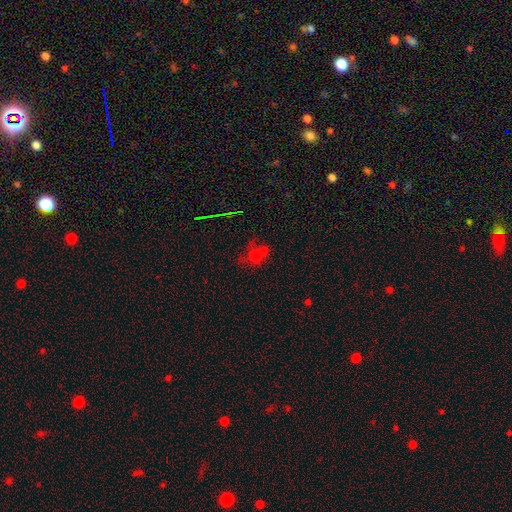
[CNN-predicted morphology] Smooth or featured? smooth (57%)
How rounded? round (74%)
Merging? merger (43%)